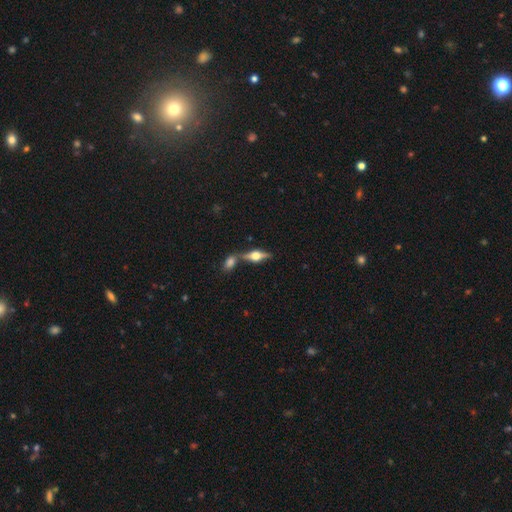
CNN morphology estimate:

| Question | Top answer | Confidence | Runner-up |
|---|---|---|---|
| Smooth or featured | featured or disk | 71% | smooth (22%) |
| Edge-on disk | yes | 95% | no (5%) |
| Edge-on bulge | rounded | 94% | boxy (4%) |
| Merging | none | 61% | merger (26%) |